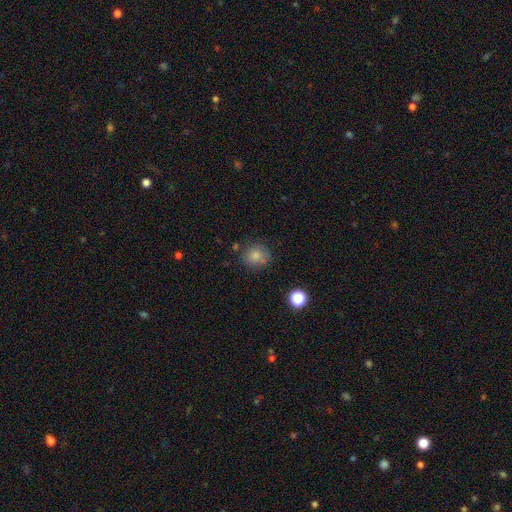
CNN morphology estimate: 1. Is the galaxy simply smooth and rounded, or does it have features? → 79% smooth, 11% star or artifact, 9% featured or disk.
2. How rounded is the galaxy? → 79% round, 20% in between, 1% cigar-shaped.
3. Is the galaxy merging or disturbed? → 69% none, 17% minor disturbance, 8% merger, 5% major disturbance.